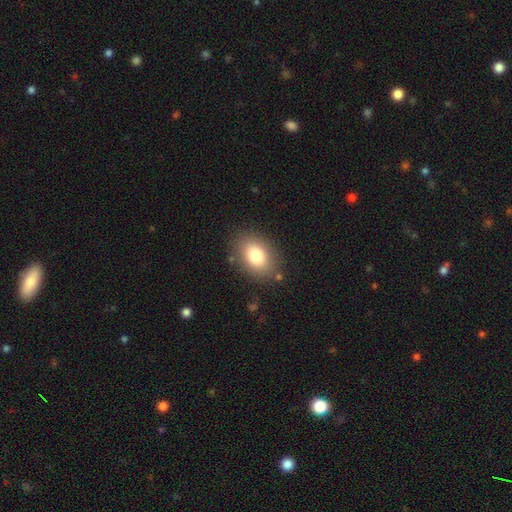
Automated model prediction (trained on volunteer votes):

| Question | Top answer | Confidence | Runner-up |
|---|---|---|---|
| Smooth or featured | smooth | 80% | featured or disk (11%) |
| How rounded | in between | 77% | round (22%) |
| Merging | none | 83% | minor disturbance (11%) |